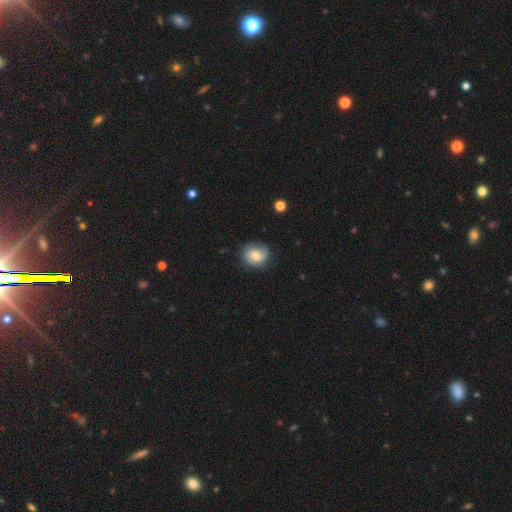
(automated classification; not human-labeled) This appears to be a smooth galaxy with no disk features (70%) that is round (79%). Merging: none (75%).